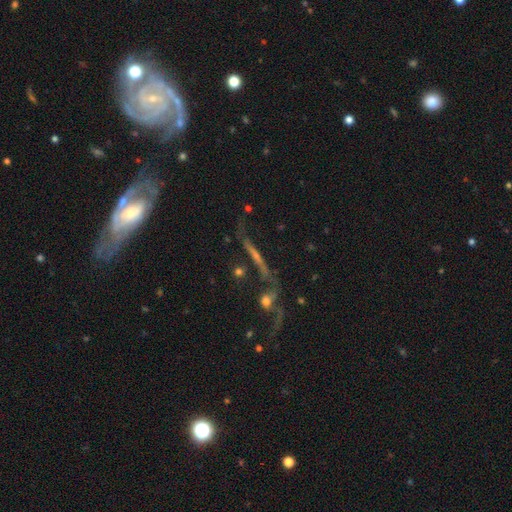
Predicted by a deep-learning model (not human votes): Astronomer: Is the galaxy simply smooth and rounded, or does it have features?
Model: featured or disk — 65%.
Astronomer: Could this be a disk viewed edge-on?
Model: yes — 68%.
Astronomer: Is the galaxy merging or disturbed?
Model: none — 49%.